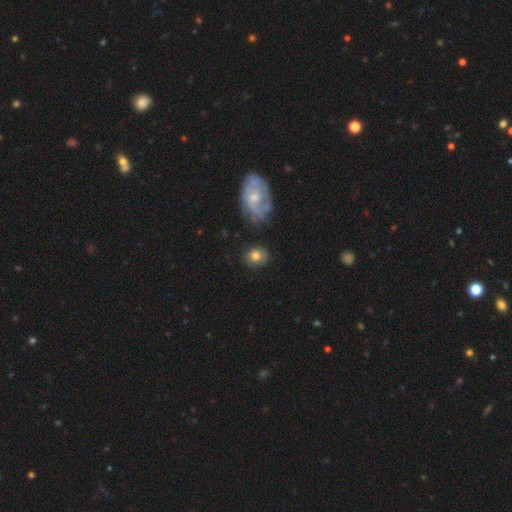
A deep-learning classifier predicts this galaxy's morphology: Smooth or featured? Predicted: smooth (p=0.71). How rounded? Predicted: round (p=0.61). Merging? Predicted: none (p=0.75).